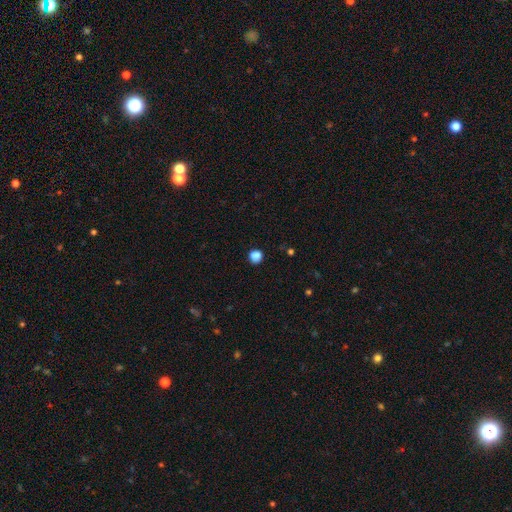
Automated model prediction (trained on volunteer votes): This appears to be a smooth galaxy with no disk features (85%) that is round (87%). Merging: none (85%).